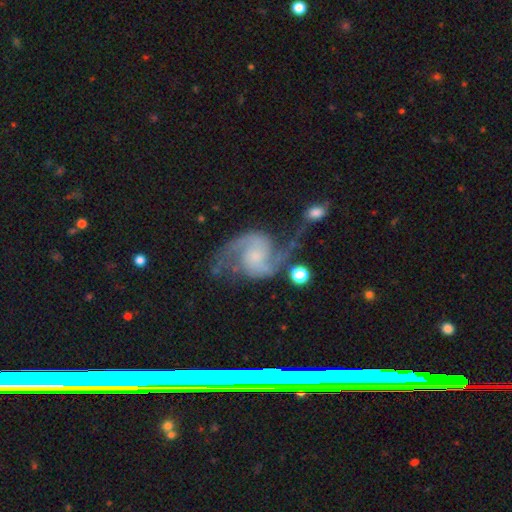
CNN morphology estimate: Q: Smooth or featured?
A: featured or disk (90%); runner-up: smooth (5%)
Q: Edge-on disk?
A: no (98%); runner-up: yes (2%)
Q: Bar?
A: no (62%); runner-up: weak (31%)
Q: Spiral arms?
A: yes (98%); runner-up: no (2%)
Q: Spiral winding?
A: medium (47%); runner-up: loose (43%)
Q: Spiral arm count?
A: 2 (94%); runner-up: can't tell (2%)
Q: Bulge size?
A: small (46%); runner-up: moderate (26%)
Q: Merging?
A: none (53%); runner-up: minor disturbance (18%)